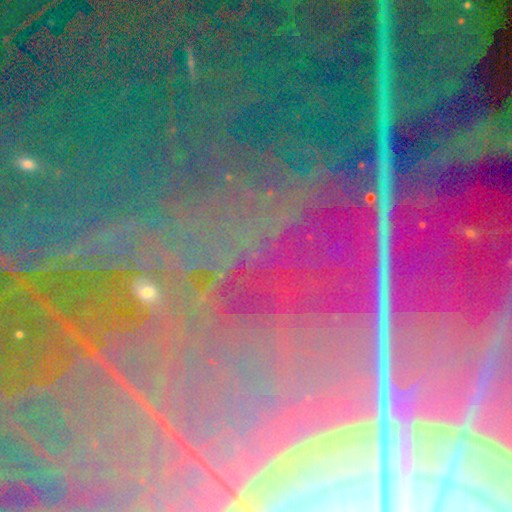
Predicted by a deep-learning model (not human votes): smooth-or-featured: star or artifact: 86% | featured or disk: 8% | smooth: 6%